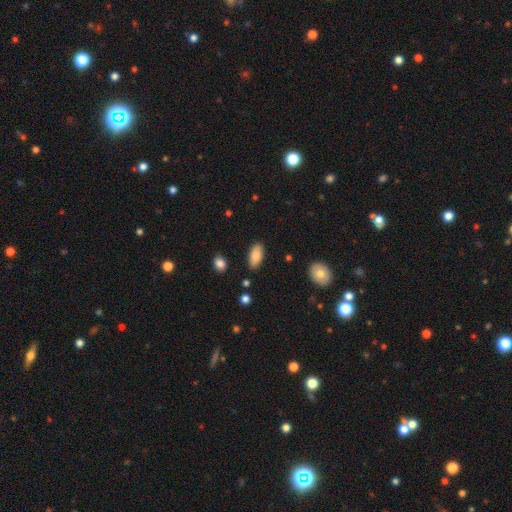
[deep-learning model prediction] smooth 84%, featured or disk 10%, star or artifact 6%. Down the decision tree: how rounded — in between (89%); merging — none (86%).